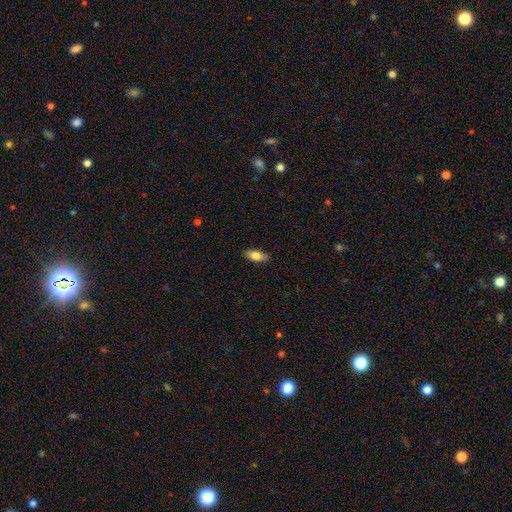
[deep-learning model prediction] Morphology: type=smooth (81%); roundness=in between (84%); merging=none (87%).